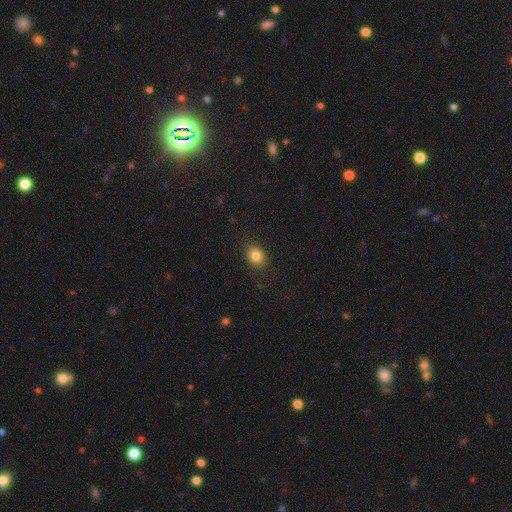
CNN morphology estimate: A smooth galaxy with no disk features (83%) that is in between round and cigar-shaped (64%).

Vote fractions:
- Smooth or featured? smooth: 83% / star or artifact: 10% / featured or disk: 7%
- How rounded? in between: 64% / round: 35% / cigar-shaped: 1%
- Merging? none: 85% / minor disturbance: 11% / major disturbance: 3% / merger: 1%